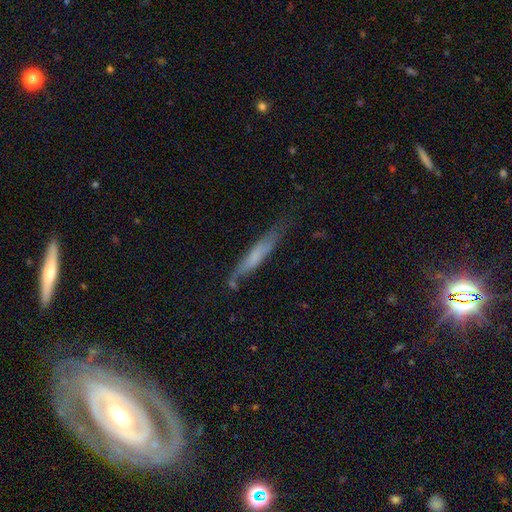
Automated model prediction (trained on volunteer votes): smooth 50%, featured or disk 43%, star or artifact 7%. Down the decision tree: merging — none (61%).